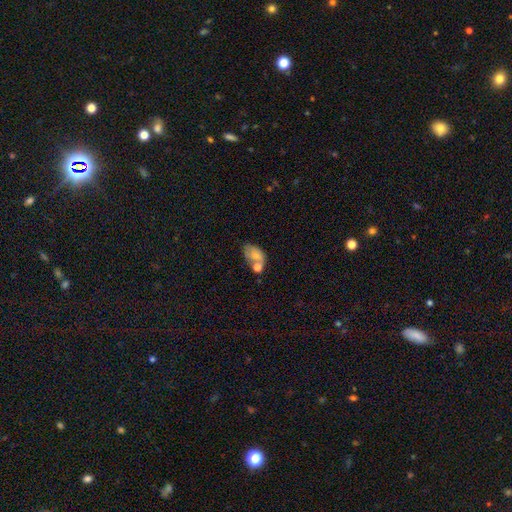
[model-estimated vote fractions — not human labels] Overall: smooth (60%; featured or disk 30%). How rounded: in between (84%). Merging: merger (38%; none 31%).